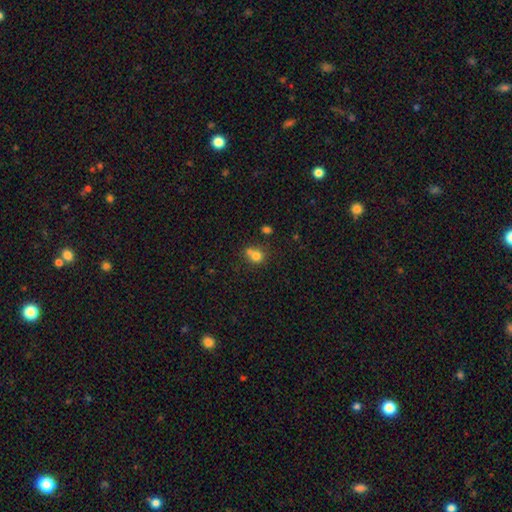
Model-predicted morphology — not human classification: smooth 75%, star or artifact 13%, featured or disk 12%. Down the decision tree: how rounded — round (75%); merging — merger (45%).